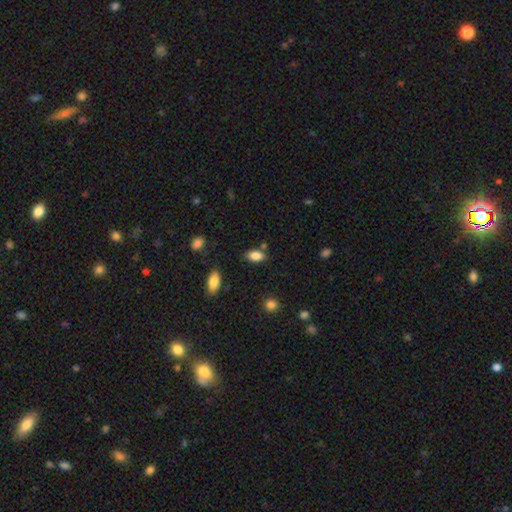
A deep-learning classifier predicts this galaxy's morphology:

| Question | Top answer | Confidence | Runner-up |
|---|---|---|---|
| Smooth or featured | smooth | 85% | star or artifact (8%) |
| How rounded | in between | 90% | cigar-shaped (5%) |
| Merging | none | 77% | minor disturbance (13%) |